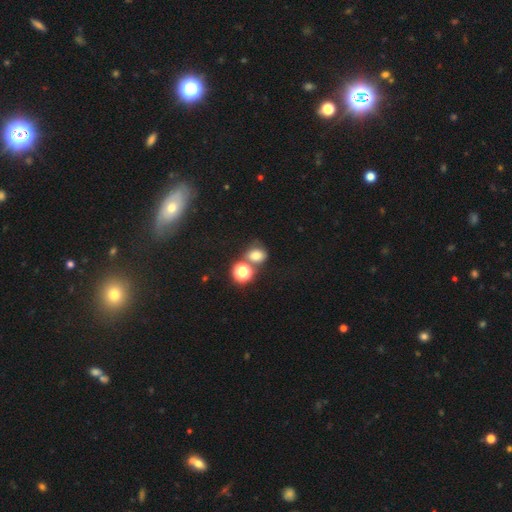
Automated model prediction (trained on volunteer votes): This appears to be a smooth galaxy with no disk features (72%) that is round (60%). Merging: none (55%).